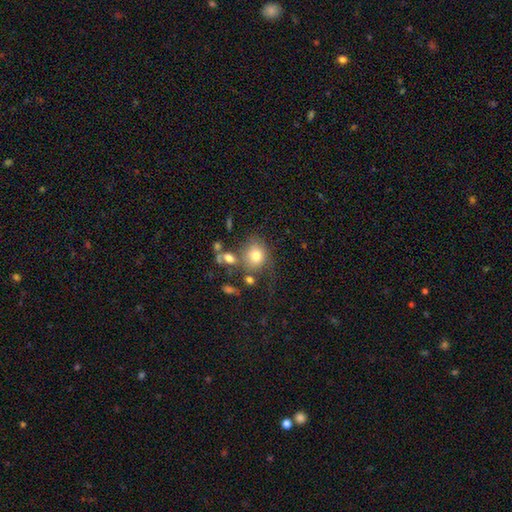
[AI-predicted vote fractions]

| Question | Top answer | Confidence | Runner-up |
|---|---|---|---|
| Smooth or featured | smooth | 77% | featured or disk (12%) |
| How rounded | round | 71% | in between (28%) |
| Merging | none | 55% | merger (18%) |